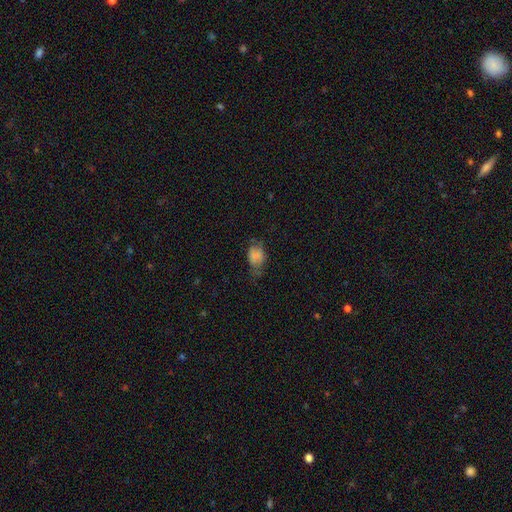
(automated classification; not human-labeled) Smooth or featured?
  - smooth: 69% *
  - featured or disk: 19%
  - star or artifact: 12%
How rounded?
  - in between: 79% *
  - round: 19%
  - cigar-shaped: 2%
Merging?
  - minor disturbance: 36% *
  - none: 35%
  - major disturbance: 26%
  - merger: 3%